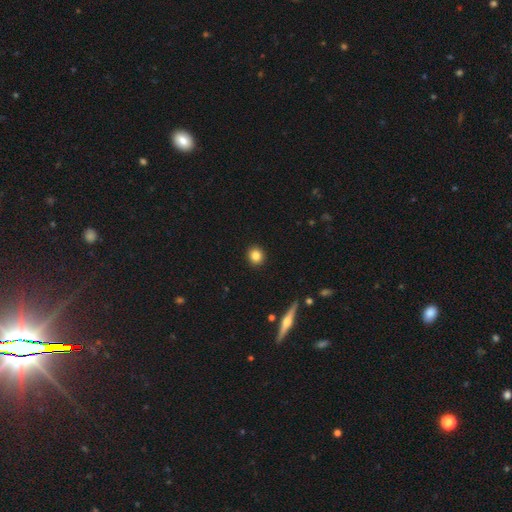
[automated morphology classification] A smooth galaxy with no disk features (84%) that is round (86%).

Vote fractions:
- Smooth or featured? smooth: 84% / star or artifact: 9% / featured or disk: 7%
- How rounded? round: 86% / in between: 13% / cigar-shaped: 1%
- Merging? none: 92% / minor disturbance: 5% / major disturbance: 2% / merger: 1%